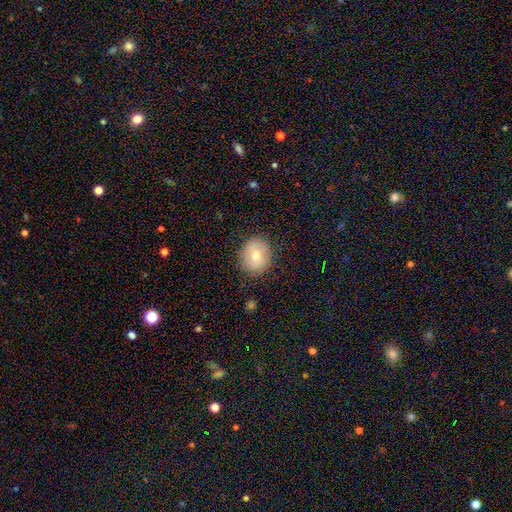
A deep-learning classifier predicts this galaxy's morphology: Q: Smooth or featured?
A: smooth (73%); runner-up: featured or disk (18%)
Q: How rounded?
A: round (65%); runner-up: in between (35%)
Q: Merging?
A: none (84%); runner-up: minor disturbance (12%)